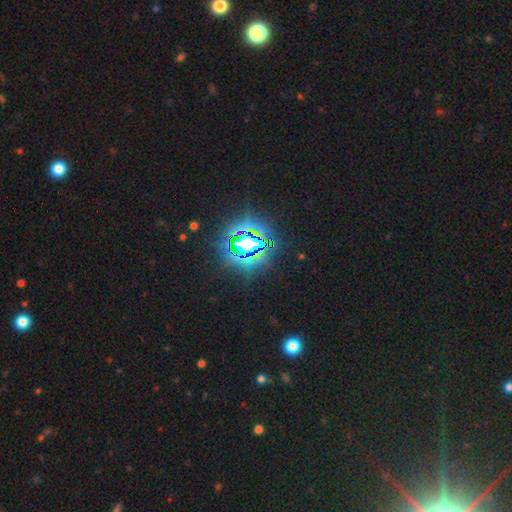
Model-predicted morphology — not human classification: star or artifact 83%, smooth 11%, featured or disk 6%.